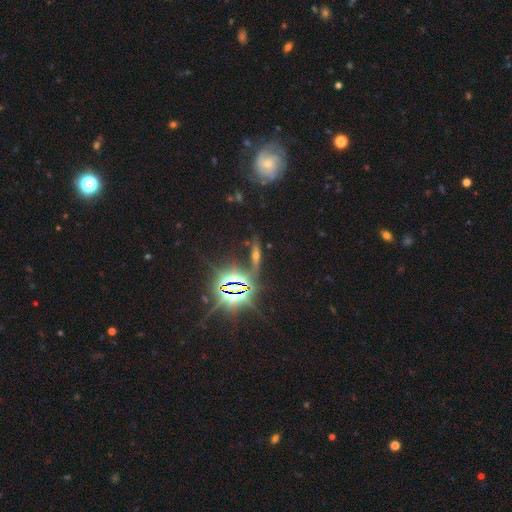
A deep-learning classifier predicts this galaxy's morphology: A star or artifact, not a galaxy (48%).